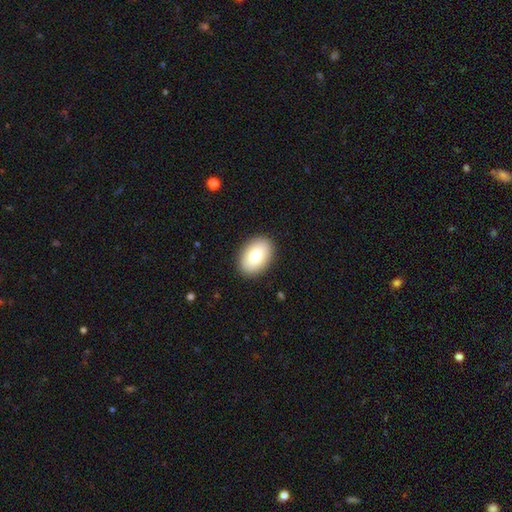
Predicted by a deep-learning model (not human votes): Smooth or featured: smooth — 79% (featured or disk — 14%)
How rounded: in between — 87% (round — 12%)
Merging: none — 90% (minor disturbance — 7%)